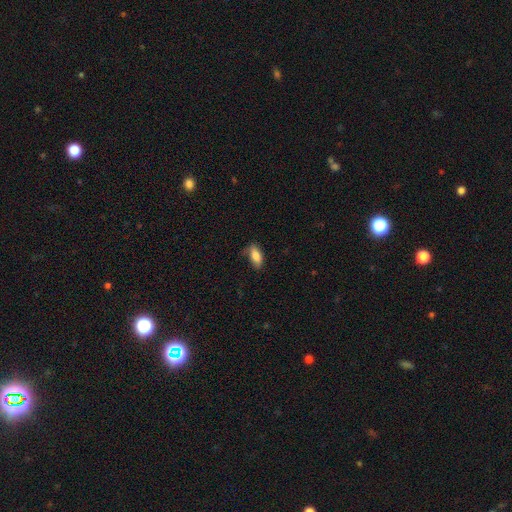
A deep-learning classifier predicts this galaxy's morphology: This appears to be a smooth galaxy with no disk features (83%) that is in between round and cigar-shaped (83%). Merging: none (71%).